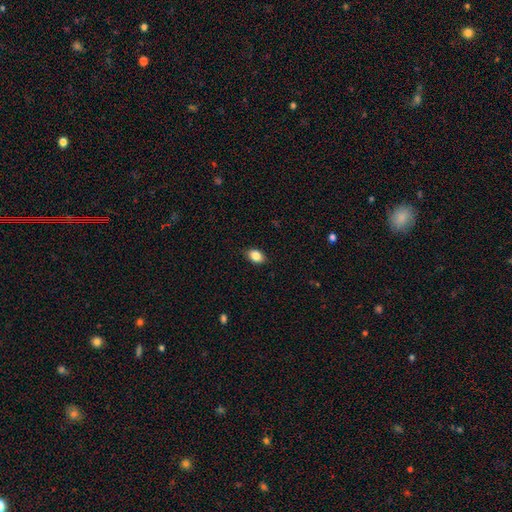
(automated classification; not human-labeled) Overall: smooth (85%). How rounded: in between (78%). Merging: none (87%).